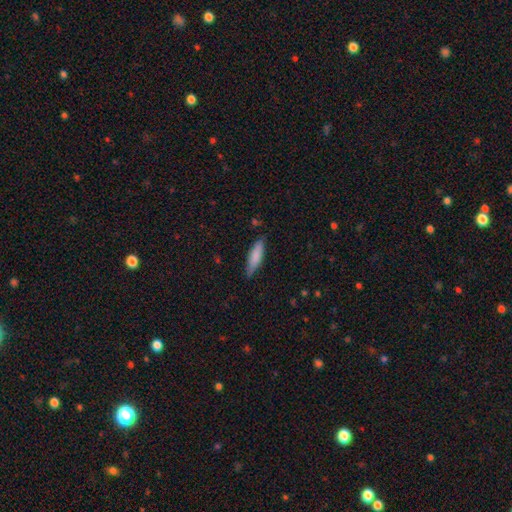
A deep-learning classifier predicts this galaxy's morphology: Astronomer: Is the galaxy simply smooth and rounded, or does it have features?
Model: smooth — 79%.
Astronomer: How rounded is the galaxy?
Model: cigar-shaped — 62% (runner-up: in between, 37%).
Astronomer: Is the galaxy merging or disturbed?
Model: none — 76%.